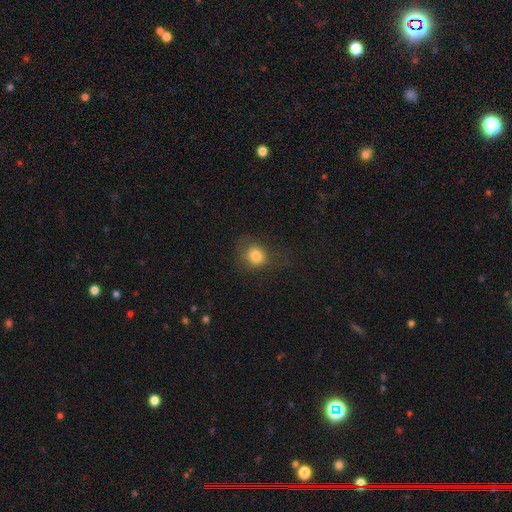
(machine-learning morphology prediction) This appears to be a smooth galaxy with no disk features (79%) that is round (66%). Merging: none (52%).